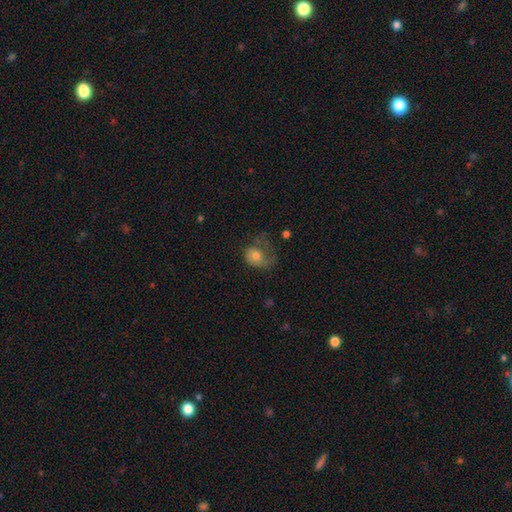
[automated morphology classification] The model was most divided on "how rounded": in between: 51%, round: 48%, cigar-shaped: 1%. Remaining: smooth or featured — smooth (58%); merging — major disturbance (49%).